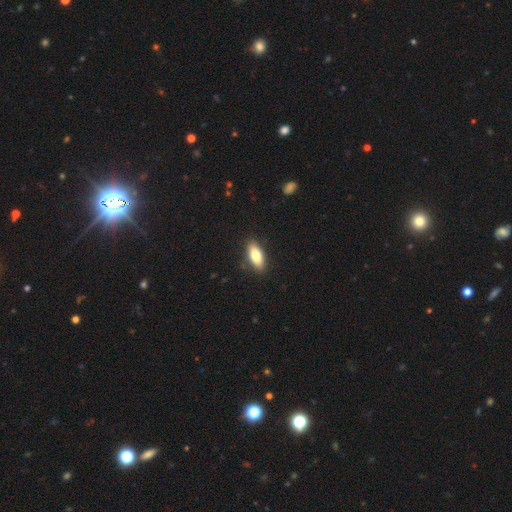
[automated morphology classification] smooth-or-featured: smooth: 78% | featured or disk: 16% | star or artifact: 6%
  how-rounded: in between: 80% | cigar-shaped: 17% | round: 3%
  merging: none: 87% | minor disturbance: 10% | major disturbance: 2% | merger: 1%